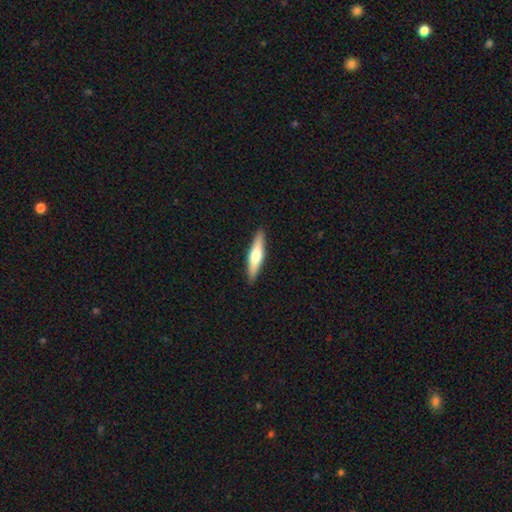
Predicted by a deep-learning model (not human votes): Smooth or featured: smooth — 53% (featured or disk — 42%)
How rounded: cigar-shaped — 81% (in between — 17%)
Merging: none — 91% (minor disturbance — 7%)